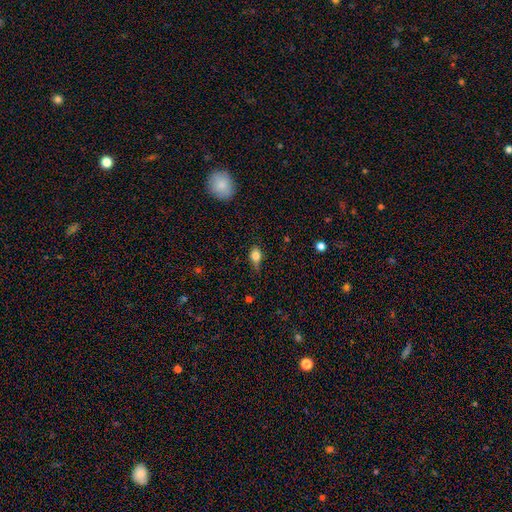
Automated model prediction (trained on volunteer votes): Smooth or featured? Predicted: smooth (p=0.77). How rounded? Predicted: in between (p=0.65). Merging? Predicted: none (p=0.53).